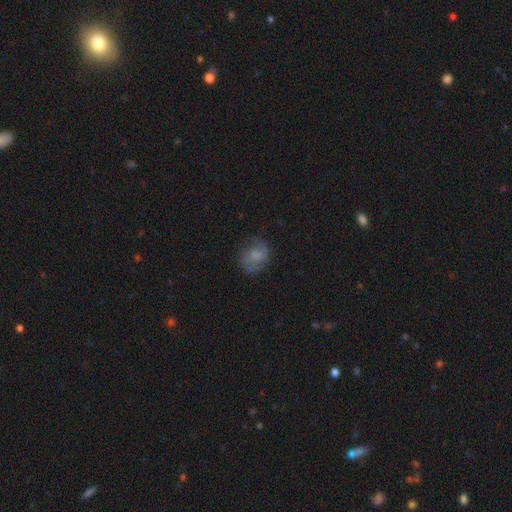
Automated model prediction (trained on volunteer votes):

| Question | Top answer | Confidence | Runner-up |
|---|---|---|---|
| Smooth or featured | smooth | 52% | featured or disk (37%) |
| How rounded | round | 60% | in between (38%) |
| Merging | none | 62% | minor disturbance (23%) |